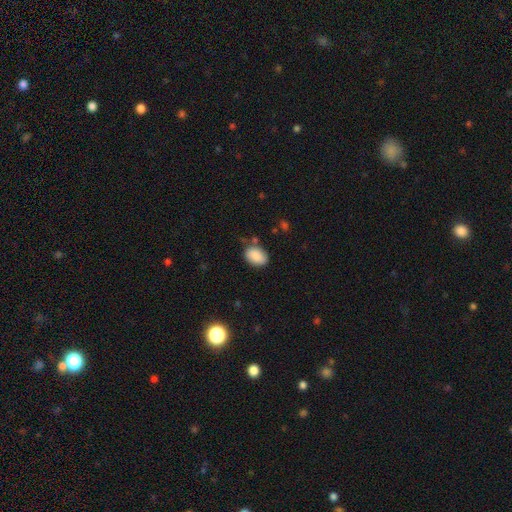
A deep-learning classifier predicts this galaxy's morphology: Q: Smooth or featured?
A: smooth (88%); runner-up: star or artifact (7%)
Q: How rounded?
A: in between (84%); runner-up: round (15%)
Q: Merging?
A: none (71%); runner-up: minor disturbance (19%)